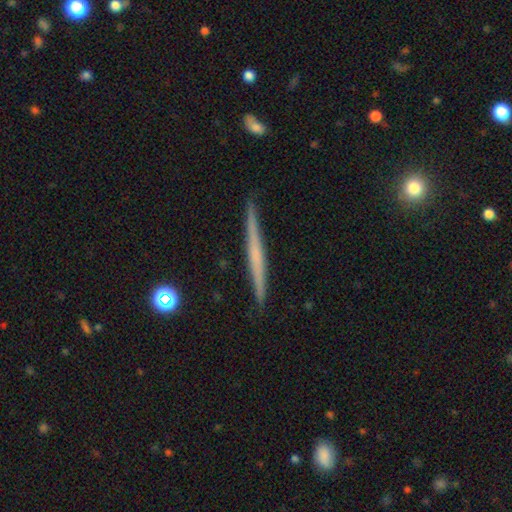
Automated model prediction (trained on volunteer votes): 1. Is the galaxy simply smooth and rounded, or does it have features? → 59% featured or disk, 35% smooth, 6% star or artifact.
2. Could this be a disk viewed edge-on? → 98% yes, 2% no.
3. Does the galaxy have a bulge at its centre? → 77% none, 16% rounded, 7% boxy.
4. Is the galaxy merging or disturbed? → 91% none, 7% minor disturbance, 1% major disturbance, 1% merger.